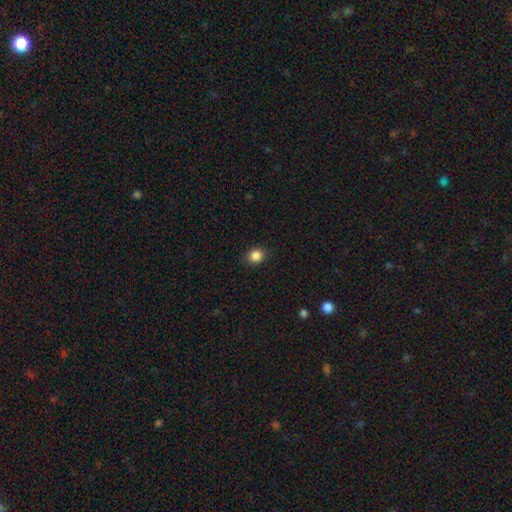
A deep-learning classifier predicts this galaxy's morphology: This appears to be a smooth galaxy with no disk features (86%) that is round (67%). Merging: none (87%).